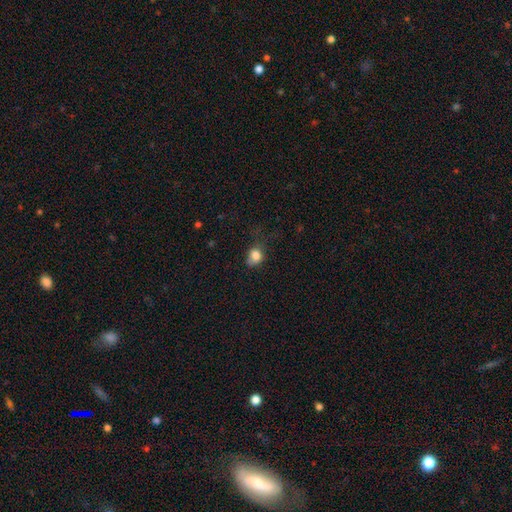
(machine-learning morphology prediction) The model was most divided on "merging": none: 40%, minor disturbance: 35%, major disturbance: 22%, merger: 3%. More confident: smooth or featured — smooth (81%); how rounded — round (53%).